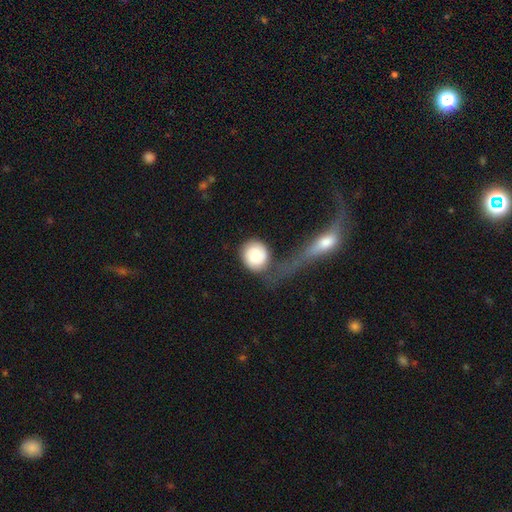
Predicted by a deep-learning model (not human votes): Q: Smooth or featured?
A: smooth (79%); runner-up: featured or disk (15%)
Q: How rounded?
A: round (87%); runner-up: in between (12%)
Q: Merging?
A: none (40%); runner-up: minor disturbance (20%)